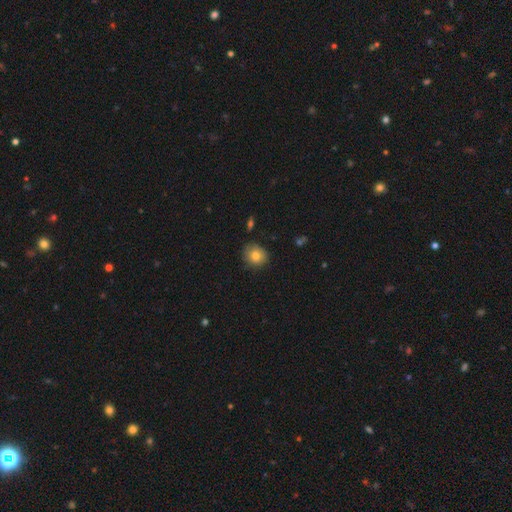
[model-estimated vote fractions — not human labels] Smooth or featured? smooth (80%)
How rounded? round (79%)
Merging? none (80%)